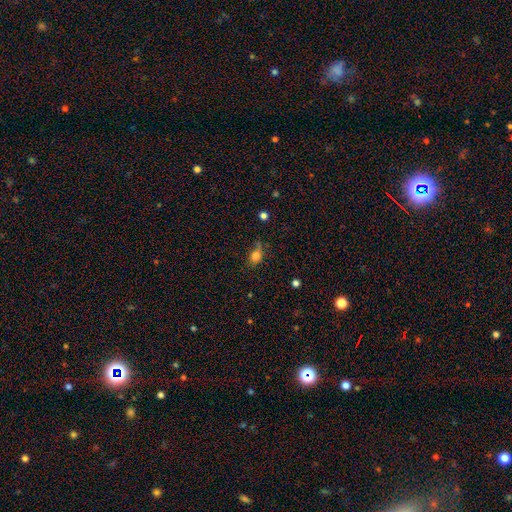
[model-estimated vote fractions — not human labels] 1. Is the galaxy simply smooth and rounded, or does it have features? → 78% smooth, 13% star or artifact, 9% featured or disk.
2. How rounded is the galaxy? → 57% in between, 40% round, 3% cigar-shaped.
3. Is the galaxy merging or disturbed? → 50% none, 32% minor disturbance, 14% major disturbance, 5% merger.